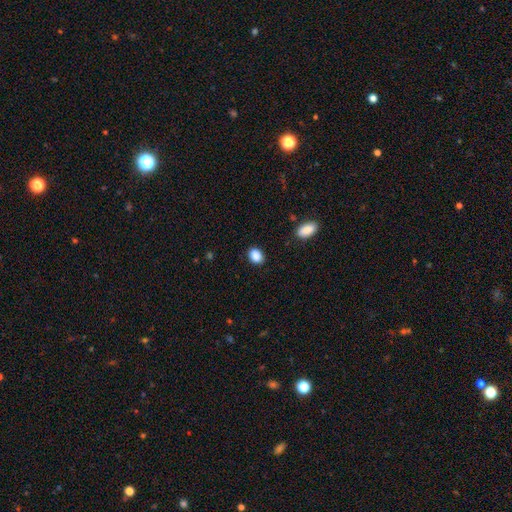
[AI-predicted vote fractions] A smooth galaxy with no disk features (89%) that is in between round and cigar-shaped (69%).

Vote fractions:
- Smooth or featured? smooth: 89% / star or artifact: 8% / featured or disk: 3%
- How rounded? in between: 69% / round: 30% / cigar-shaped: 1%
- Merging? none: 88% / minor disturbance: 9% / major disturbance: 2% / merger: 1%